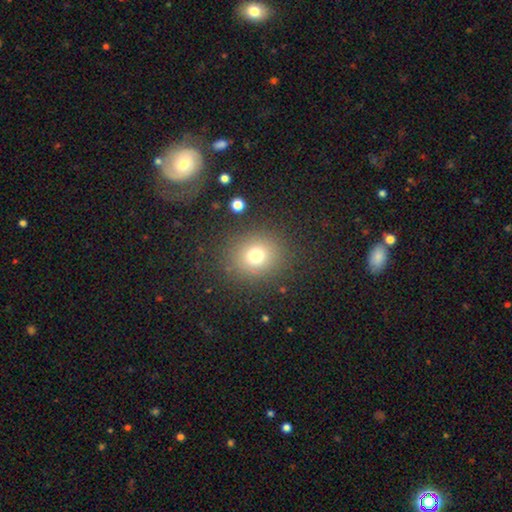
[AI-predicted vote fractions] smooth-or-featured: smooth: 73% | star or artifact: 17% | featured or disk: 10%
  how-rounded: round: 78% | in between: 21% | cigar-shaped: 1%
  merging: none: 85% | minor disturbance: 8% | major disturbance: 5% | merger: 2%